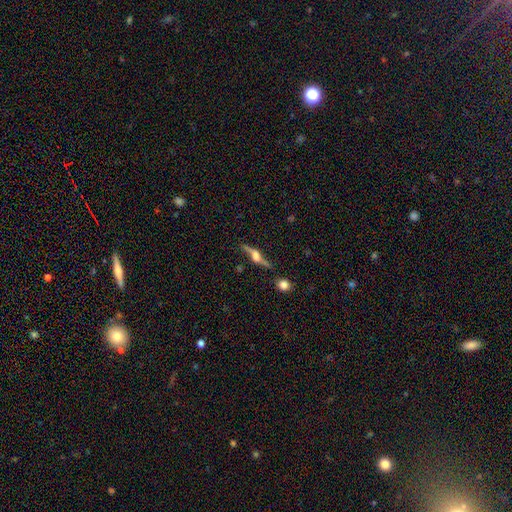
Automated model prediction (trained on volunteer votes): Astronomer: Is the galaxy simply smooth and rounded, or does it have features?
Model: featured or disk — 76%.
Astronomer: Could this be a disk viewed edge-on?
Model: yes — 91%.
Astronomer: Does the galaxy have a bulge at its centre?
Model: rounded — 92%.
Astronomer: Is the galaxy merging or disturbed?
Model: none — 73%.